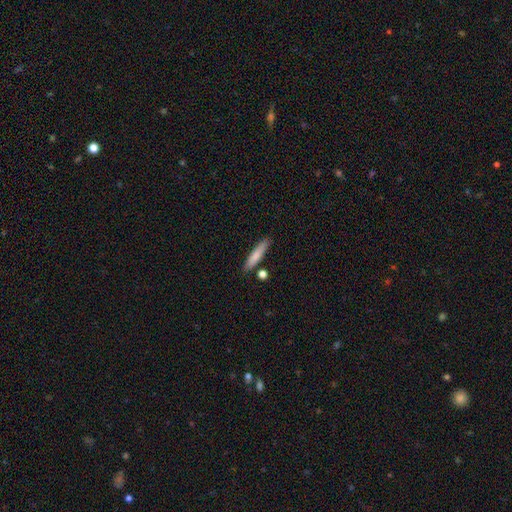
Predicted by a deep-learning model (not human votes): Q: Smooth or featured?
A: smooth (77%); runner-up: featured or disk (16%)
Q: How rounded?
A: cigar-shaped (87%); runner-up: in between (12%)
Q: Merging?
A: none (82%); runner-up: minor disturbance (10%)